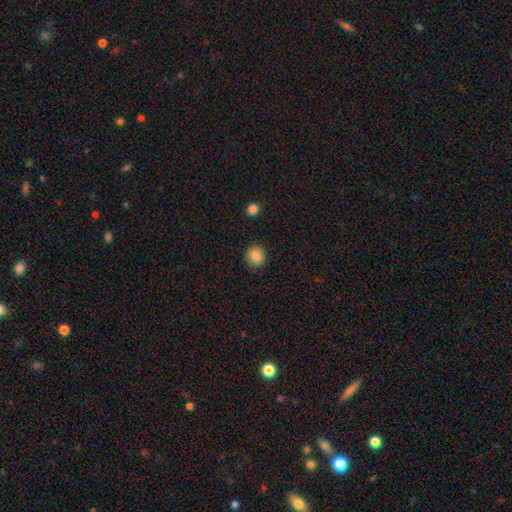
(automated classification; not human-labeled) A smooth galaxy with no disk features (86%) that is round (91%).

Vote fractions:
- Smooth or featured? smooth: 86% / star or artifact: 9% / featured or disk: 5%
- How rounded? round: 91% / in between: 8% / cigar-shaped: 1%
- Merging? none: 90% / minor disturbance: 6% / major disturbance: 2% / merger: 1%